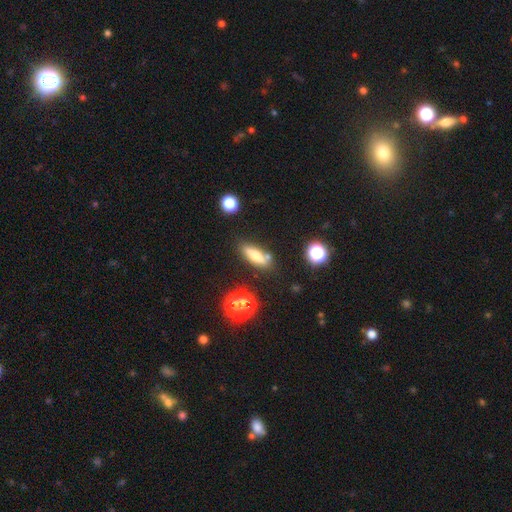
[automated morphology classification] type=smooth (61%); roundness=cigar-shaped (53%); merging=none (73%).